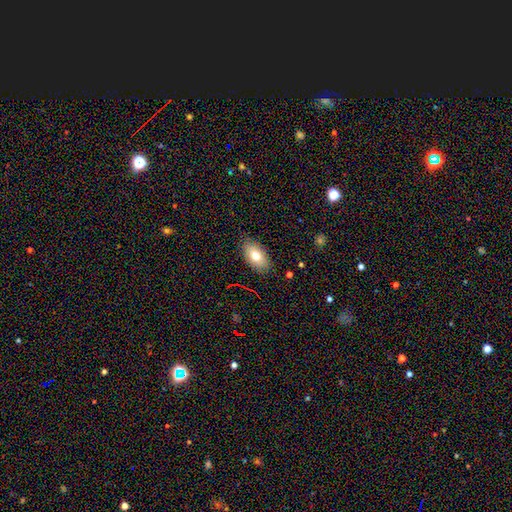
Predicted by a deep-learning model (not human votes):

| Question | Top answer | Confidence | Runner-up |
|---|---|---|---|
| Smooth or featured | smooth | 74% | featured or disk (17%) |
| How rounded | in between | 91% | round (7%) |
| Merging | none | 85% | minor disturbance (12%) |